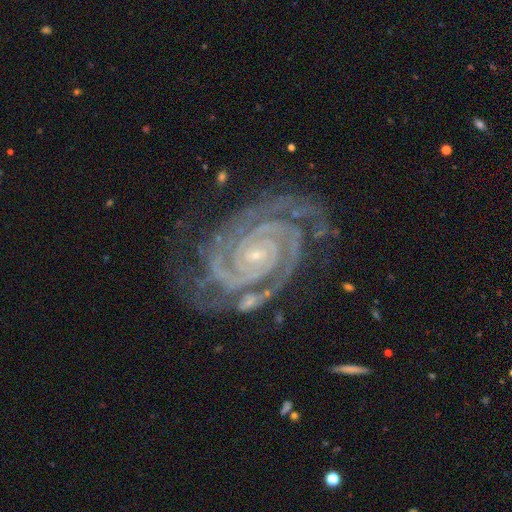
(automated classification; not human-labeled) Smooth or featured: featured or disk — 94% (star or artifact — 4%)
Edge-on disk: no — 98% (yes — 2%)
Bar: no — 65% (weak — 21%)
Spiral arms: yes — 99% (no — 1%)
Spiral winding: tight — 86% (medium — 13%)
Spiral arm count: 2 — 67% (3 — 13%)
Bulge size: small — 87% (moderate — 9%)
Merging: none — 72% (minor disturbance — 19%)